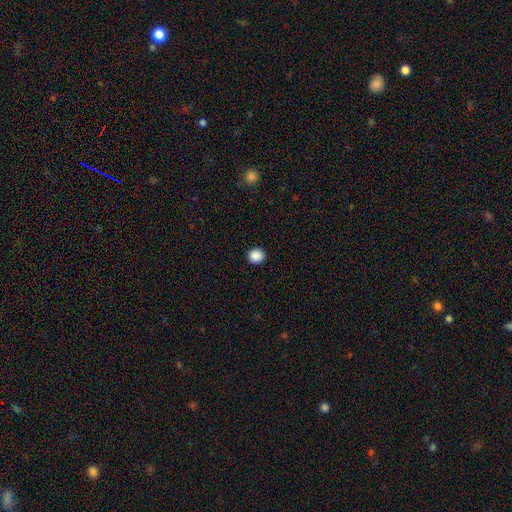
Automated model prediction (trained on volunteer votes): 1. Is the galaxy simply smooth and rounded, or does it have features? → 89% smooth, 9% star or artifact, 2% featured or disk.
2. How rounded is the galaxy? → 93% round, 6% in between, 1% cigar-shaped.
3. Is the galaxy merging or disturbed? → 93% none, 4% minor disturbance, 2% major disturbance, 1% merger.